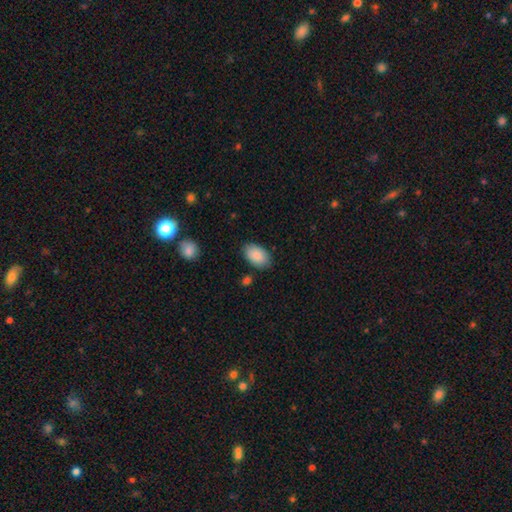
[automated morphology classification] The model was most divided on "merging": none: 82%, minor disturbance: 13%, major disturbance: 3%, merger: 2%. More confident: how rounded — in between (92%); smooth or featured — smooth (87%).